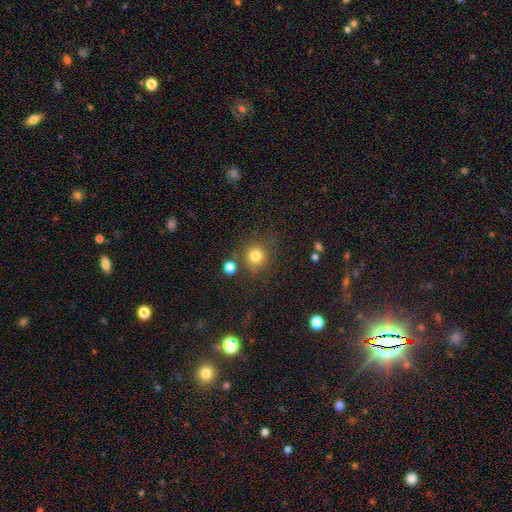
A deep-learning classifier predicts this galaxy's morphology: The model was most divided on "merging": none: 76%, minor disturbance: 12%, merger: 7%, major disturbance: 5%. More confident: how rounded — round (89%); smooth or featured — smooth (79%).